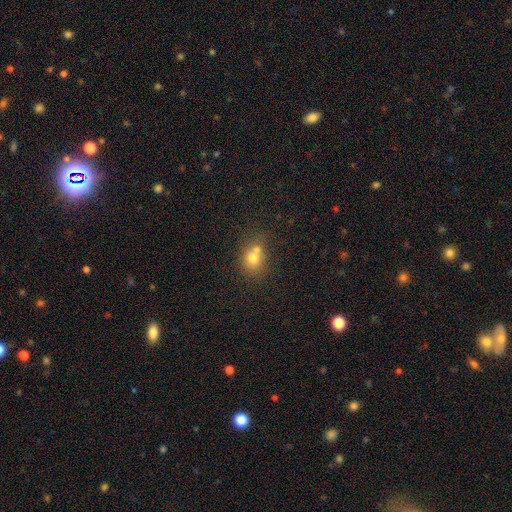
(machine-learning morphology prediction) smooth_or_featured: smooth (p=0.70) [alt: star or artifact p=0.16]
how_rounded: round (p=0.65) [alt: in between p=0.34]
merging: merger (p=0.45) [alt: none p=0.42]